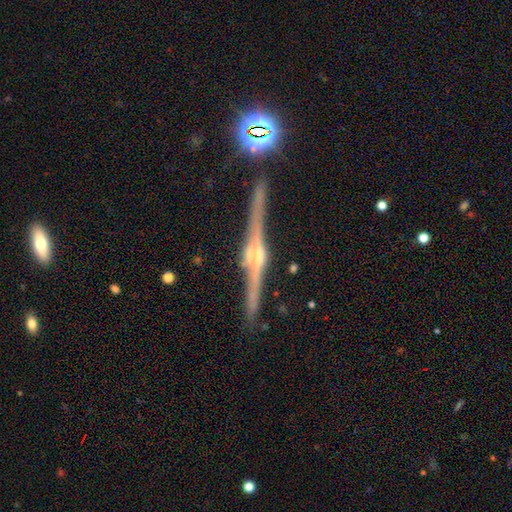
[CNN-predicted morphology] Smooth or featured? featured or disk (88%)
Edge-on disk? yes (98%)
Edge-on bulge? rounded (75%)
Merging? none (85%)